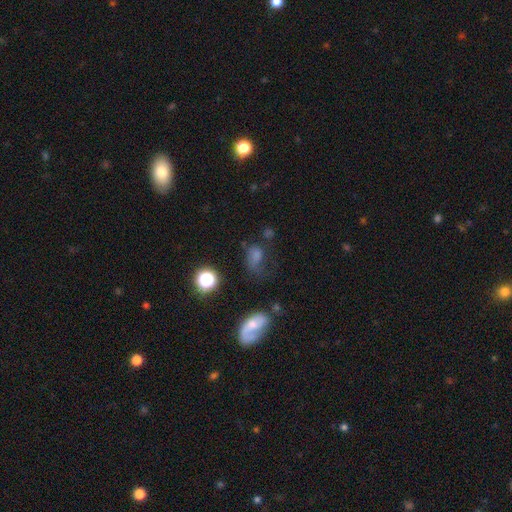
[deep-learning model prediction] smooth 48%, star or artifact 26%, featured or disk 26%. Down the decision tree: merging — none (44%).